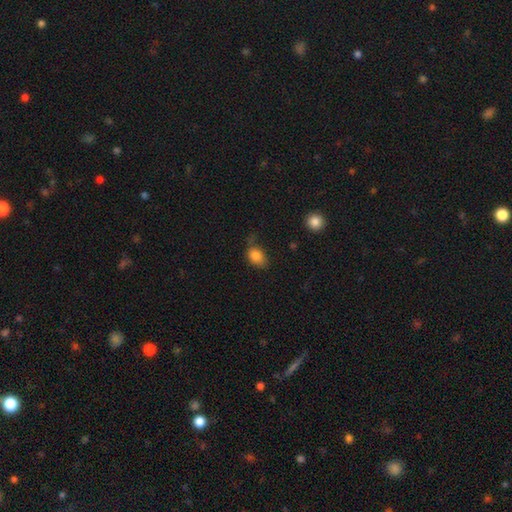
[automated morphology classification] The model was most divided on "merging": none: 53%, minor disturbance: 30%, major disturbance: 12%, merger: 4%. More confident: smooth or featured — smooth (84%); how rounded — in between (77%).